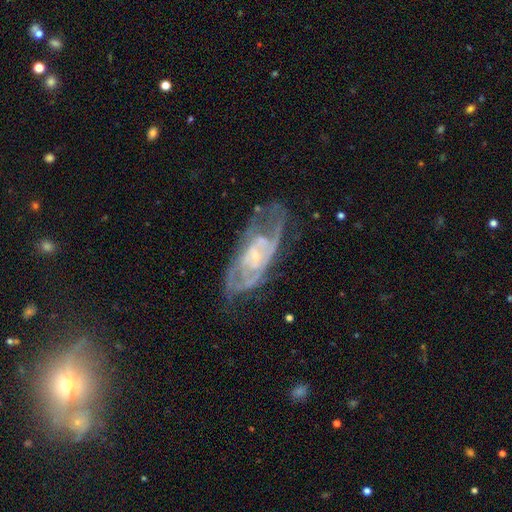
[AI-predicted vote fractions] Smooth or featured: featured or disk — 83% (smooth — 10%)
Edge-on disk: no — 91% (yes — 9%)
Bar: no — 54% (weak — 36%)
Spiral arms: yes — 87% (no — 13%)
Spiral winding: tight — 48% (medium — 40%)
Spiral arm count: can't tell — 38% (2 — 35%)
Bulge size: small — 71% (moderate — 19%)
Merging: none — 56% (minor disturbance — 22%)